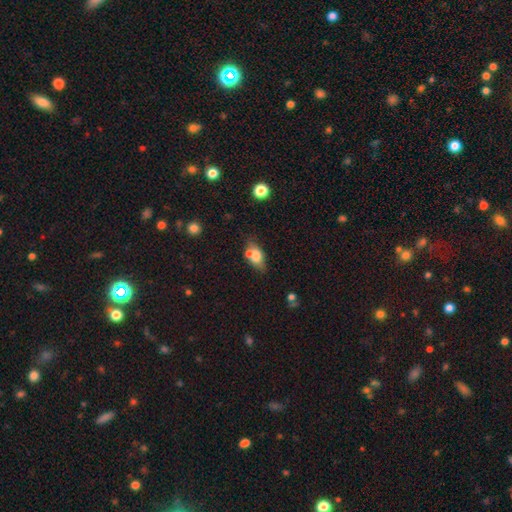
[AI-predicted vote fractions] The model was most divided on "merging": none: 48%, merger: 30%, minor disturbance: 16%, major disturbance: 6%. More confident: how rounded — in between (80%); smooth or featured — smooth (66%).